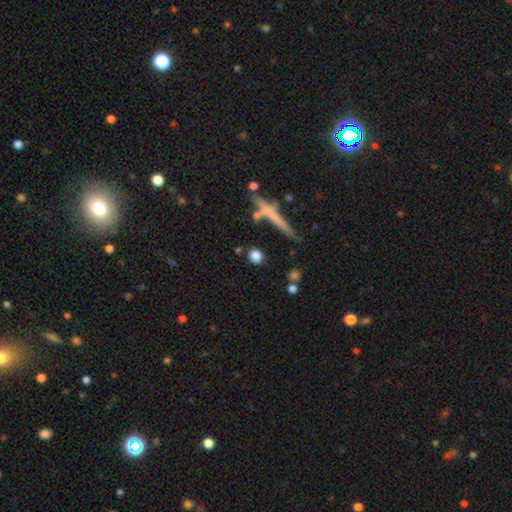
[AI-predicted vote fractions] smooth 80%, star or artifact 10%, featured or disk 9%. Down the decision tree: how rounded — round (78%); merging — none (80%).